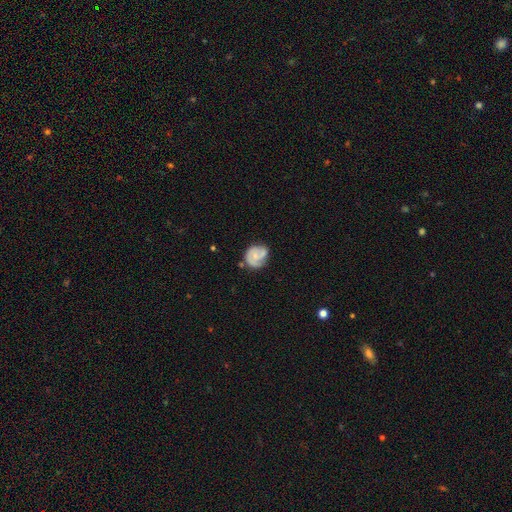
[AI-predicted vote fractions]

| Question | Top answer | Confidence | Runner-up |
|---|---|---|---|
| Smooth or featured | featured or disk | 69% | smooth (24%) |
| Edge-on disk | no | 98% | yes (2%) |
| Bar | no | 71% | weak (25%) |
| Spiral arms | yes | 90% | no (10%) |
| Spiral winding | tight | 52% | medium (36%) |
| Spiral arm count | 2 | 47% | 3 (20%) |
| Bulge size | small | 61% | moderate (25%) |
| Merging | none | 58% | minor disturbance (27%) |